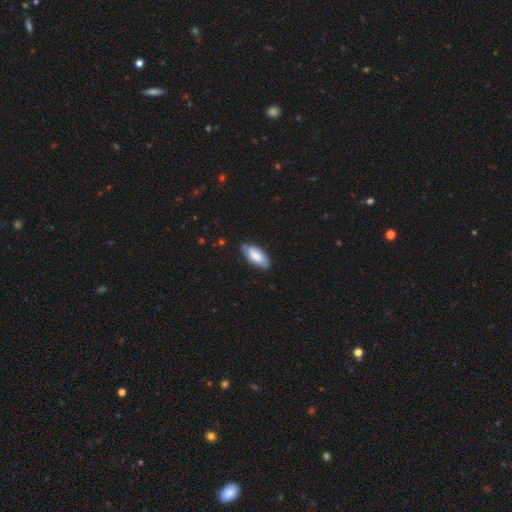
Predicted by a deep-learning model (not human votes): smooth_or_featured: smooth (p=0.72) [alt: featured or disk p=0.22]
how_rounded: in between (p=0.89) [alt: cigar-shaped p=0.09]
merging: none (p=0.77) [alt: minor disturbance p=0.18]